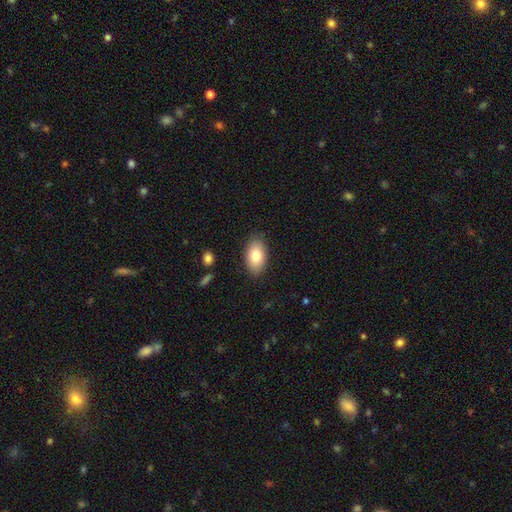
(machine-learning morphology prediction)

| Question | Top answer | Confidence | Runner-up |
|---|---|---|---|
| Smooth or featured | smooth | 81% | featured or disk (12%) |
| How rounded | in between | 93% | round (5%) |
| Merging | none | 86% | minor disturbance (11%) |